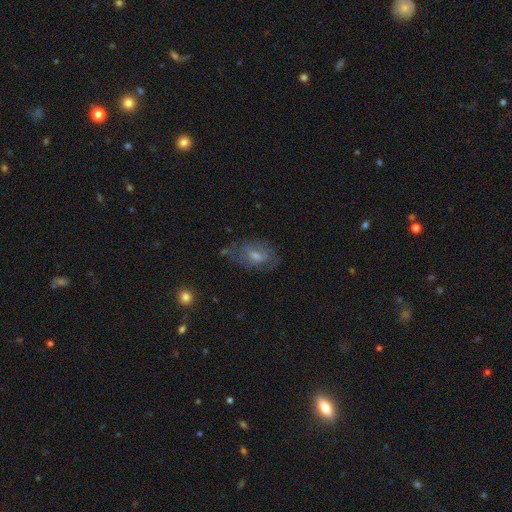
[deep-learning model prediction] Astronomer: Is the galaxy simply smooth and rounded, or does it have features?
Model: featured or disk — 49% (runner-up: smooth, 37%).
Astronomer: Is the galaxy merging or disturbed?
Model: none — 62%.